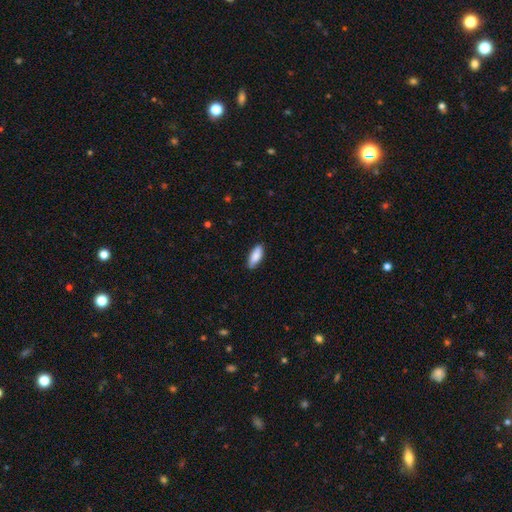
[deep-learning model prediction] Smooth or featured? Predicted: smooth (p=0.86). How rounded? Predicted: in between (p=0.75). Merging? Predicted: none (p=0.86).